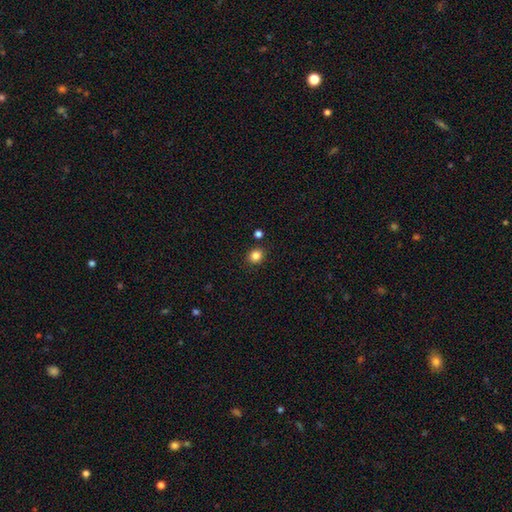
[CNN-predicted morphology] A smooth galaxy with no disk features (84%) that is round (78%). Merging: none (87%).